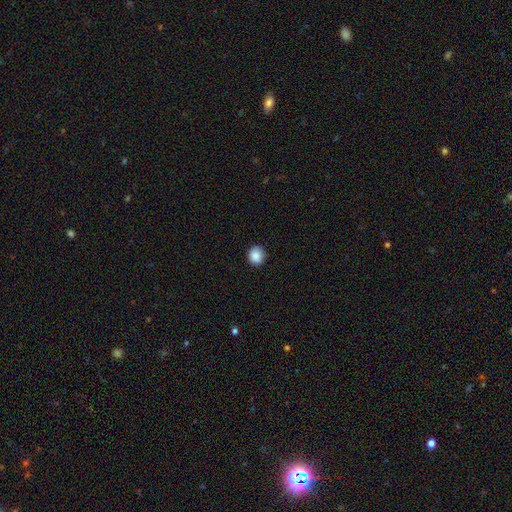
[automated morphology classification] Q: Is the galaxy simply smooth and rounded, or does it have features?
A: smooth — 88%.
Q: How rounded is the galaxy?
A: round — 88%.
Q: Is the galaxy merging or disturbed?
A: none — 90%.